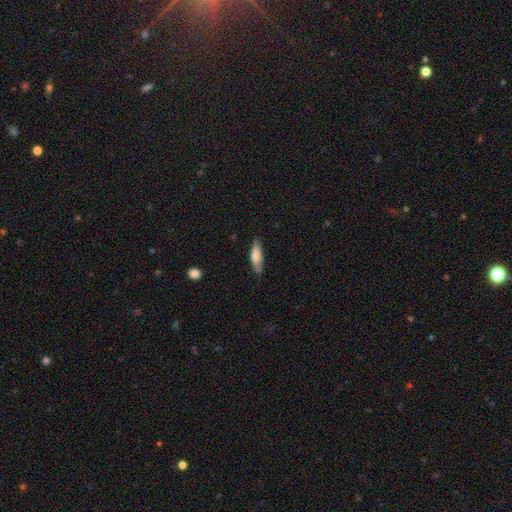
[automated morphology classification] This appears to be a smooth galaxy with no disk features (71%) that is cigar-shaped (61%). Merging: none (76%).